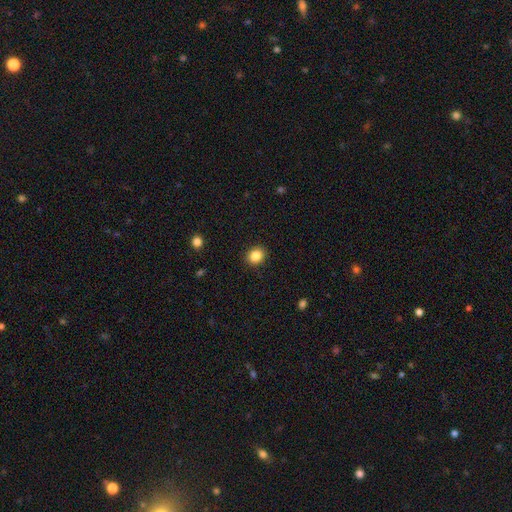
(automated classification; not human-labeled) smooth 85%, star or artifact 10%, featured or disk 4%. Down the decision tree: how rounded — round (68%); merging — none (91%).